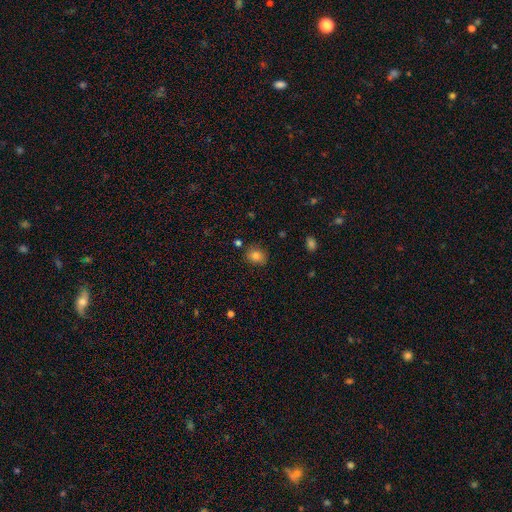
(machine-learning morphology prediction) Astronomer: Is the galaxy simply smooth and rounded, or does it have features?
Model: smooth — 83%.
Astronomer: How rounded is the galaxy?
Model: round — 53% (runner-up: in between, 46%).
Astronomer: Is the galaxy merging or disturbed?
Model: none — 81%.